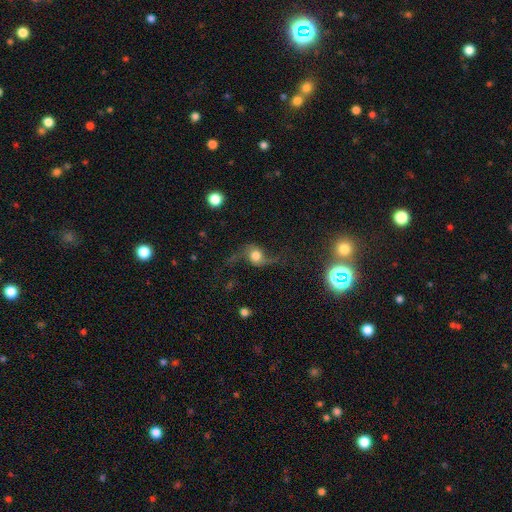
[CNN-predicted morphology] This appears to be a featured or disk galaxy (68%) with no bar (71%), 2 (92%) loose (92%) spiral arms (92%) and a moderate central bulge (41%). Merging: none (59%).